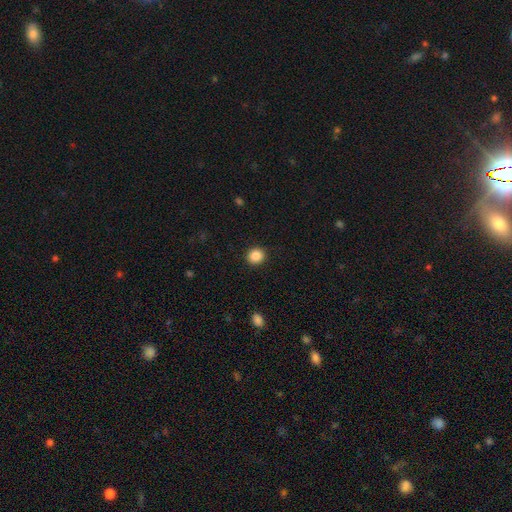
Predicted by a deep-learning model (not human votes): Smooth or featured? smooth (87%)
How rounded? round (85%)
Merging? none (91%)